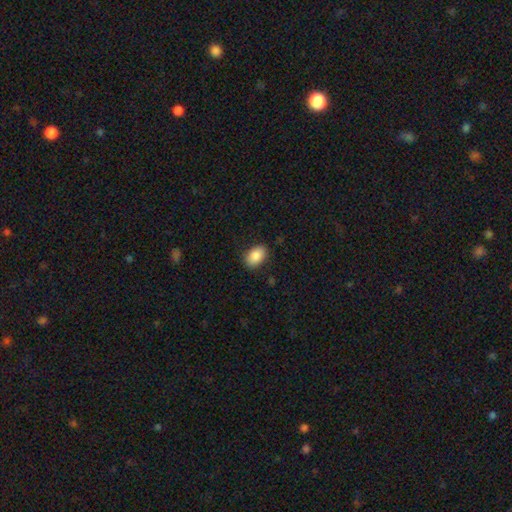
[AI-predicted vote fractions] smooth-or-featured: smooth: 87% | star or artifact: 7% | featured or disk: 5%
  how-rounded: in between: 88% | round: 11% | cigar-shaped: 1%
  merging: none: 87% | minor disturbance: 10% | major disturbance: 2% | merger: 1%